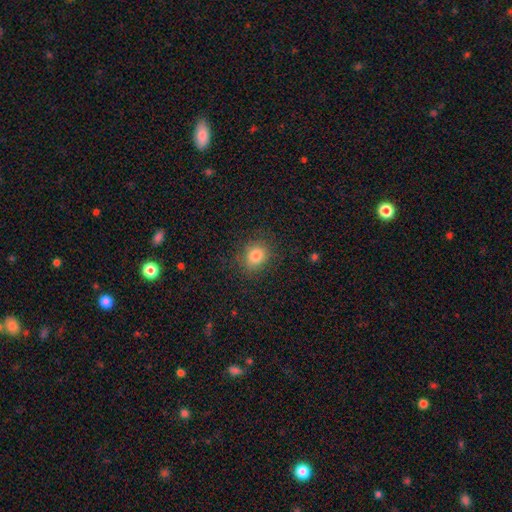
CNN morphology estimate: This is clearly a smooth galaxy (82%). How rounded: likely round (69%). Merging: clearly none (83%).